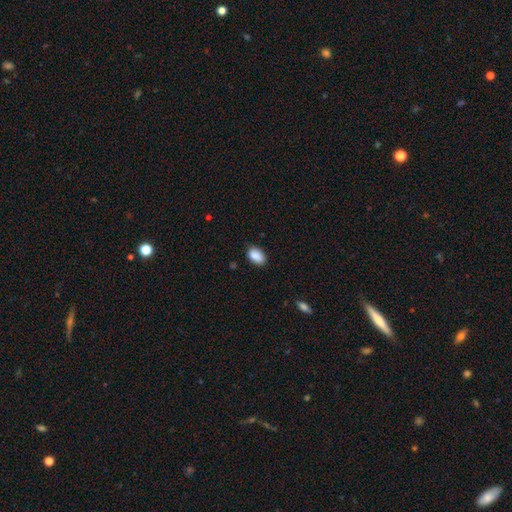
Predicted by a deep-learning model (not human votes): Smooth or featured?
  - smooth: 89% *
  - star or artifact: 7%
  - featured or disk: 4%
How rounded?
  - in between: 91% *
  - round: 8%
  - cigar-shaped: 2%
Merging?
  - none: 84% *
  - minor disturbance: 13%
  - major disturbance: 2%
  - merger: 1%